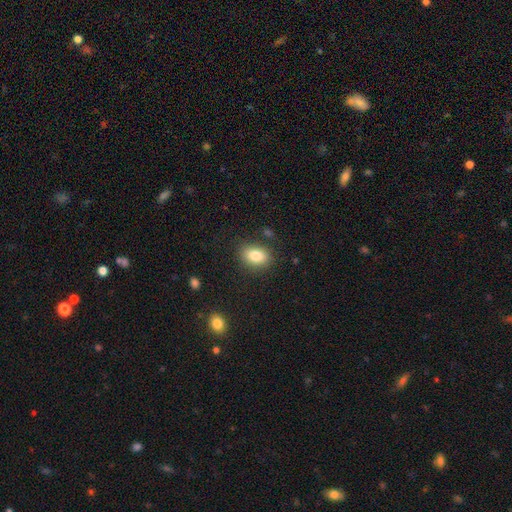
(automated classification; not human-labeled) Q: Smooth or featured?
A: smooth (83%); runner-up: star or artifact (9%)
Q: How rounded?
A: in between (80%); runner-up: round (18%)
Q: Merging?
A: none (82%); runner-up: minor disturbance (12%)